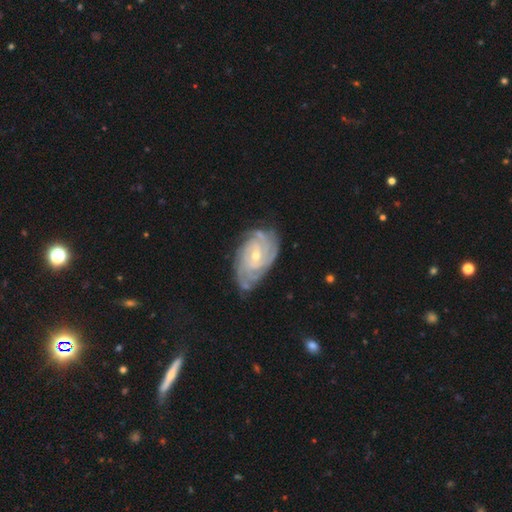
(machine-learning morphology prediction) smooth_or_featured: featured or disk (p=0.88) [alt: smooth p=0.07]
disk_edge_on: no (p=0.96) [alt: yes p=0.04]
bar: no (p=0.54) [alt: weak p=0.36]
has_spiral_arms: yes (p=0.98) [alt: no p=0.02]
spiral_winding: tight (p=0.78) [alt: medium p=0.19]
spiral_arm_count: can't tell (p=0.25) [alt: 4 p=0.23]
bulge_size: small (p=0.58) [alt: moderate p=0.39]
merging: none (p=0.73) [alt: minor disturbance p=0.20]